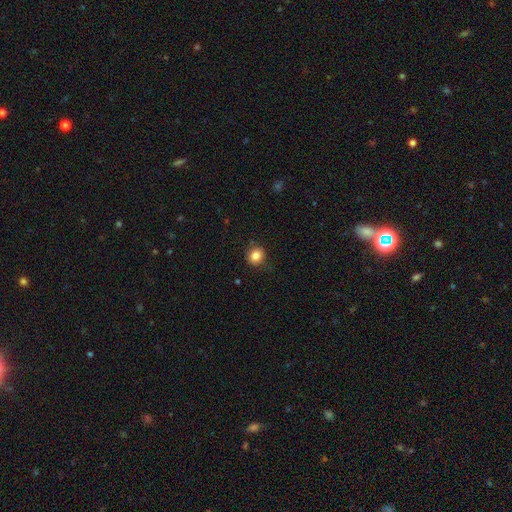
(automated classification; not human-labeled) Smooth or featured? smooth (85%)
How rounded? round (80%)
Merging? none (84%)